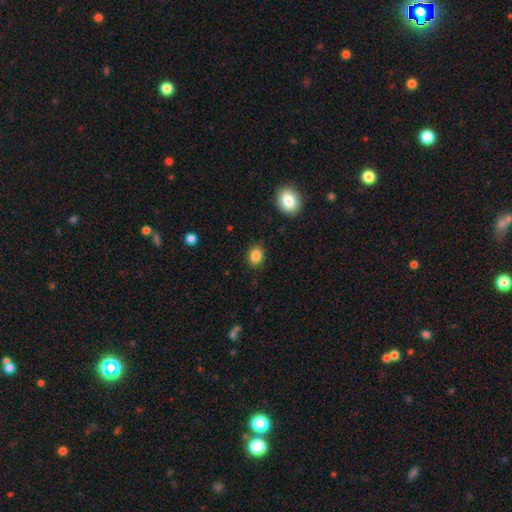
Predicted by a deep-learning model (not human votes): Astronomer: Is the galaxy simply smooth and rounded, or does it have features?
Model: smooth — 86%.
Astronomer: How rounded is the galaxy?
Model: round — 56% (runner-up: in between, 43%).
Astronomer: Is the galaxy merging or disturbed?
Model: none — 88%.